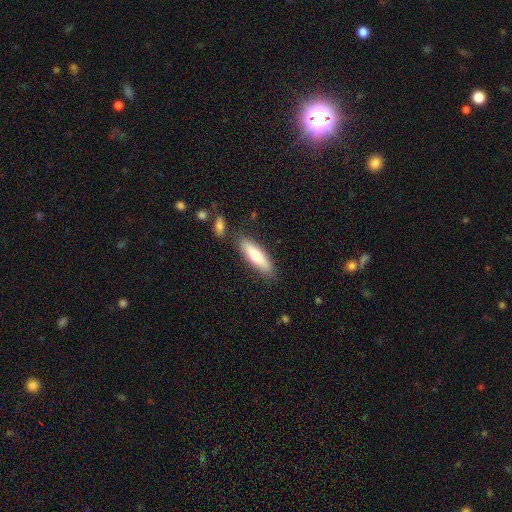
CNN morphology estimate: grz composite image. It shows a smooth galaxy with no disk features (70%) that is cigar-shaped (57%). Merging: none (82%).